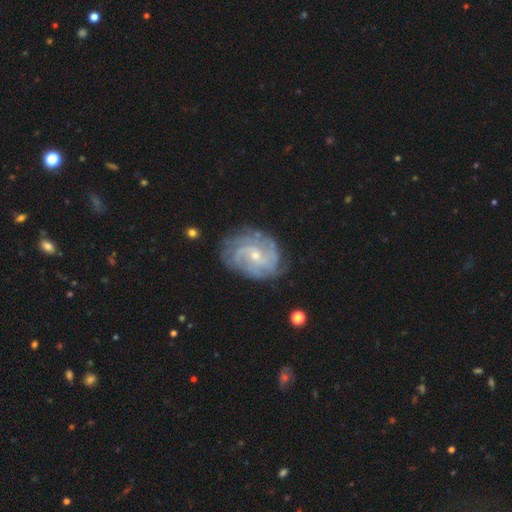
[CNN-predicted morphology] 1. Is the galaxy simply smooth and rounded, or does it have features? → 86% featured or disk, 8% smooth, 6% star or artifact.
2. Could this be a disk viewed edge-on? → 97% no, 3% yes.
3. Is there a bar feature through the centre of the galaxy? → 56% no, 37% weak, 7% strong.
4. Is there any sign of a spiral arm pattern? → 96% yes, 4% no.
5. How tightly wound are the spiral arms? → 56% tight, 34% medium, 10% loose.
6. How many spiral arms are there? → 30% can't tell, 24% 2, 20% 3, 14% 4, 7% more than 4, 6% 1.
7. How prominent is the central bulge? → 62% small, 35% moderate, 1% none, 1% large, 1% dominant.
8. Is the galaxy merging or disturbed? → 74% none, 18% minor disturbance, 6% major disturbance, 1% merger.